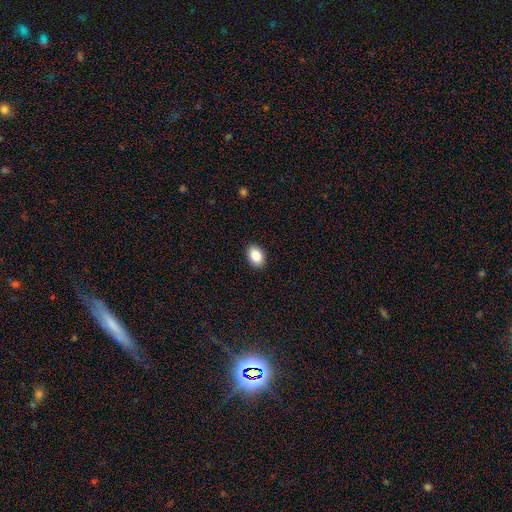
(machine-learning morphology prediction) Overall: smooth (87%). How rounded: in between (86%). Merging: none (90%).